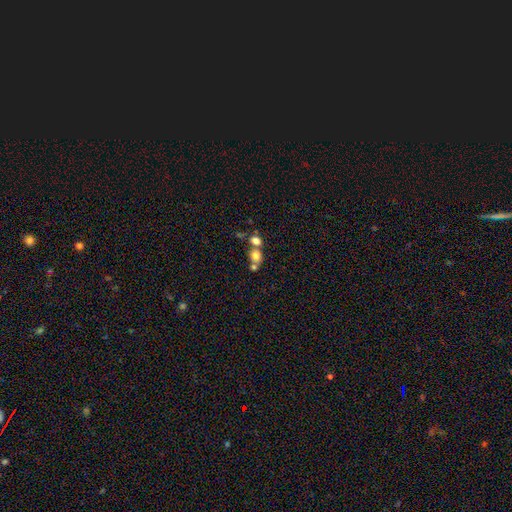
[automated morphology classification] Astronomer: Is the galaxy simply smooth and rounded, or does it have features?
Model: smooth — 73%.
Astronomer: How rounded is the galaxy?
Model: round — 74%.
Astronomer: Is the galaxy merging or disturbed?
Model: merger — 50% (runner-up: none, 38%).